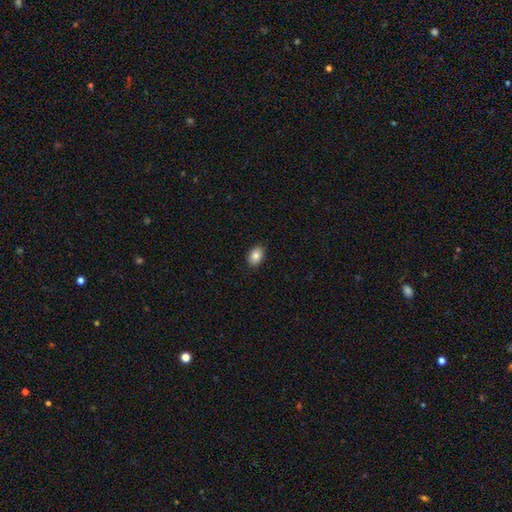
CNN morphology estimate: type=smooth (85%); roundness=in between (81%); merging=none (88%).